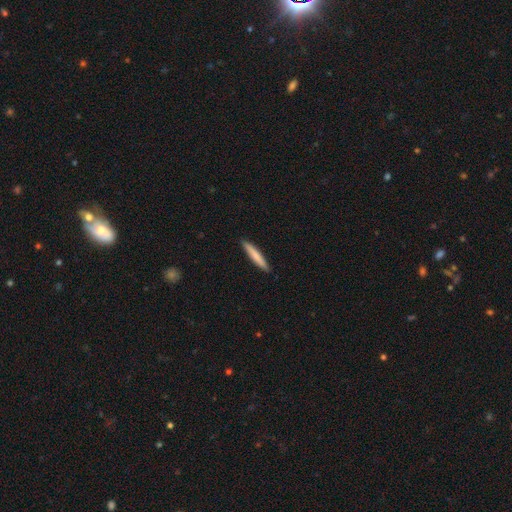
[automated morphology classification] Smooth or featured: smooth — 77% (featured or disk — 18%)
How rounded: cigar-shaped — 94% (in between — 4%)
Merging: none — 91% (minor disturbance — 6%)